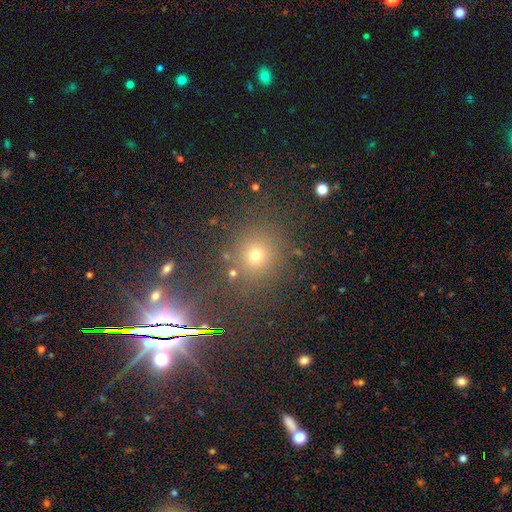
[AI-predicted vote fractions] smooth 68%, star or artifact 23%, featured or disk 9%. Down the decision tree: how rounded — round (84%); merging — none (74%).